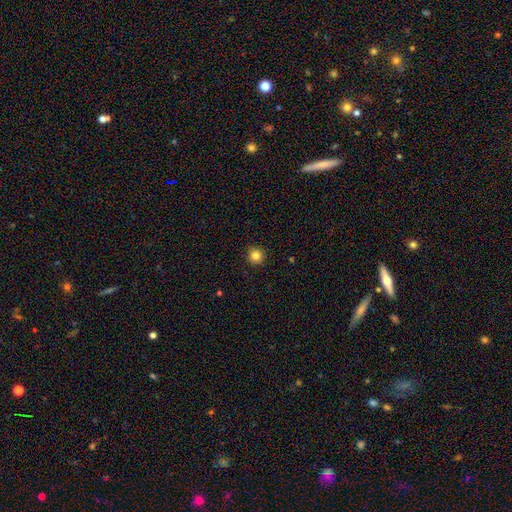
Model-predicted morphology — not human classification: Q: Smooth or featured?
A: smooth (83%); runner-up: star or artifact (12%)
Q: How rounded?
A: round (94%); runner-up: in between (5%)
Q: Merging?
A: none (92%); runner-up: minor disturbance (5%)